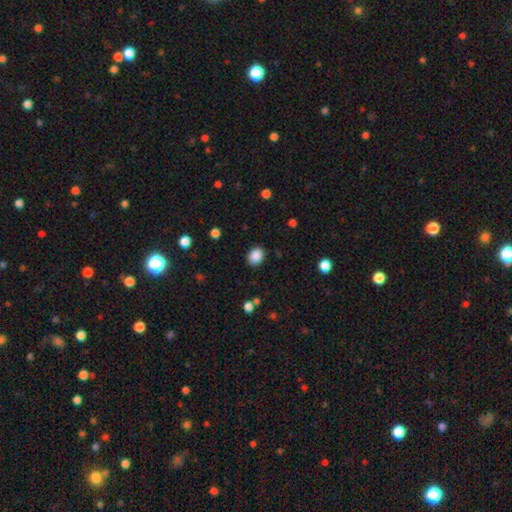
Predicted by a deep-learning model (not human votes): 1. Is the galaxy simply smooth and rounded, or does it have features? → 87% smooth, 9% star or artifact, 3% featured or disk.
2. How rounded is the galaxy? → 58% round, 41% in between, 1% cigar-shaped.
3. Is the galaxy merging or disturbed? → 89% none, 7% minor disturbance, 2% major disturbance, 1% merger.